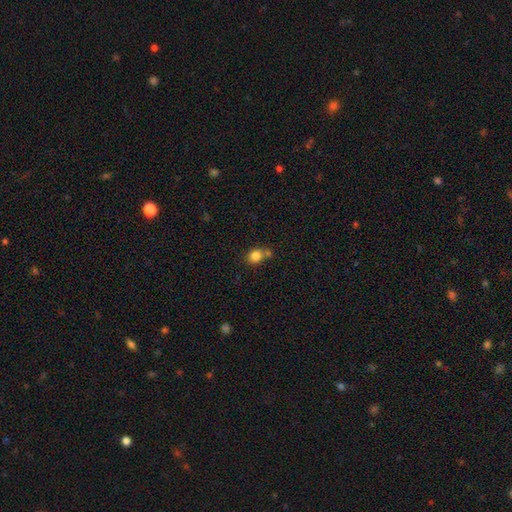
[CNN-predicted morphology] Smooth or featured? smooth (82%)
How rounded? round (70%)
Merging? none (56%)